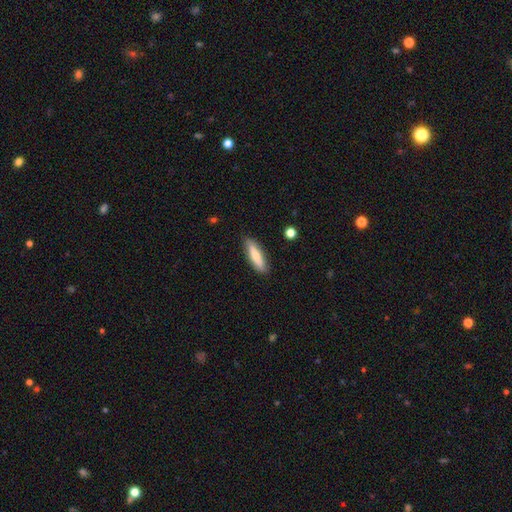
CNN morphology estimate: Smooth or featured?
  - smooth: 63% *
  - featured or disk: 31%
  - star or artifact: 6%
How rounded?
  - cigar-shaped: 60% *
  - in between: 38%
  - round: 2%
Merging?
  - none: 86% *
  - minor disturbance: 10%
  - major disturbance: 2%
  - merger: 1%